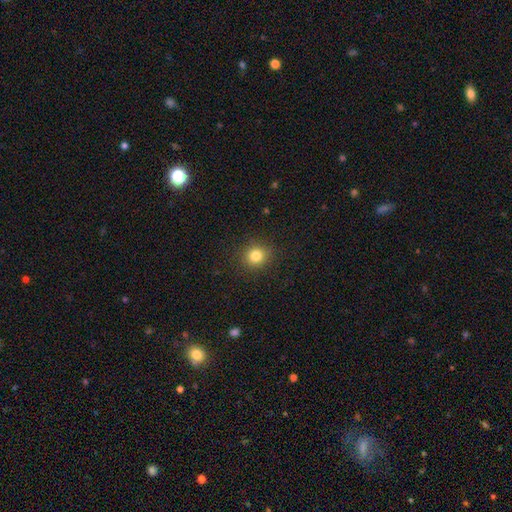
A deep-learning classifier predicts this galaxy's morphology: A smooth galaxy with no disk features (82%) that is round (88%). Merging: none (90%).